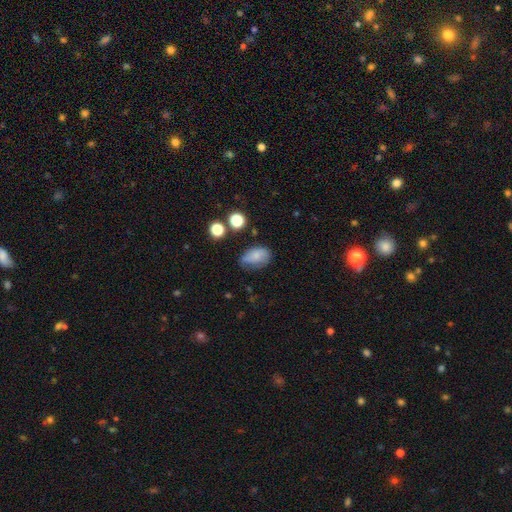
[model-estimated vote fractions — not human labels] smooth 73%, featured or disk 16%, star or artifact 11%. Down the decision tree: how rounded — in between (85%); merging — none (51%).